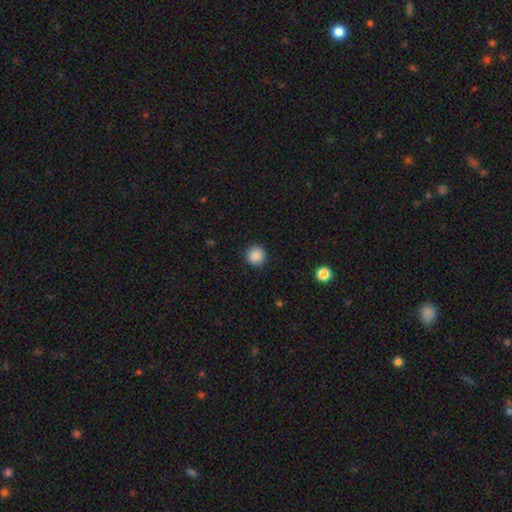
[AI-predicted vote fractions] The model was most divided on "smooth or featured": smooth: 88%, star or artifact: 10%, featured or disk: 3%. More confident: how rounded — round (94%); merging — none (91%).